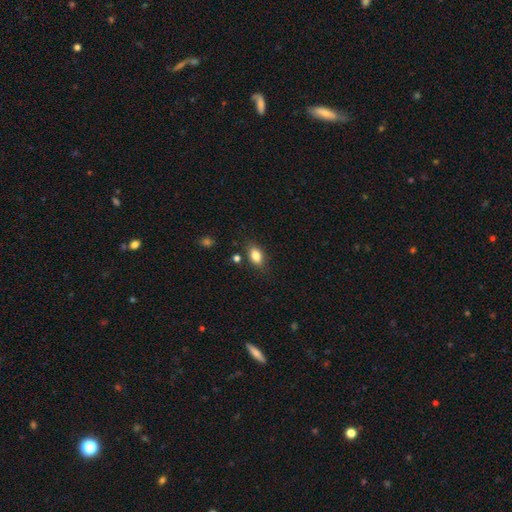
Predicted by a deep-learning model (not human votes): A smooth galaxy with no disk features (83%) that is in between round and cigar-shaped (85%).

Vote fractions:
- Smooth or featured? smooth: 83% / star or artifact: 9% / featured or disk: 9%
- How rounded? in between: 85% / round: 12% / cigar-shaped: 4%
- Merging? none: 79% / minor disturbance: 13% / merger: 4% / major disturbance: 3%